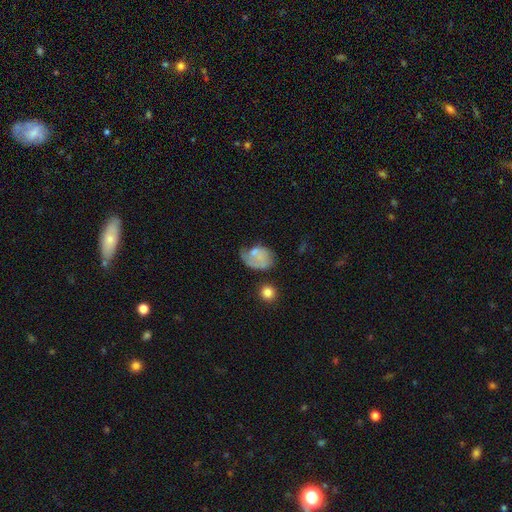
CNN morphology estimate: A smooth galaxy with no disk features (51%) that is in between round and cigar-shaped (71%).

Vote fractions:
- Smooth or featured? smooth: 51% / featured or disk: 39% / star or artifact: 10%
- How rounded? in between: 71% / round: 27% / cigar-shaped: 1%
- Merging? major disturbance: 30% (tied) / none: 30% (tied) / minor disturbance: 28% / merger: 12%